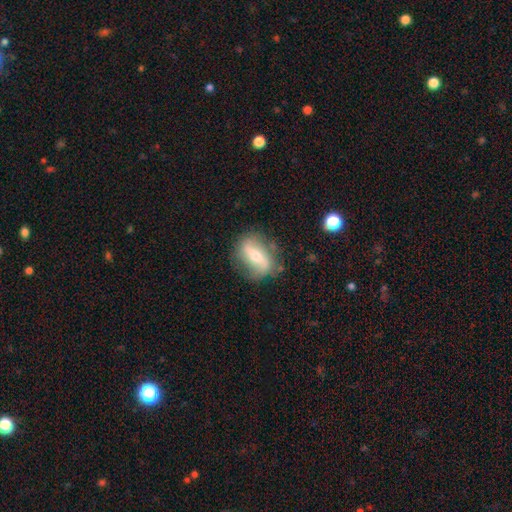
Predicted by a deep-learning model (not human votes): Overall: featured or disk (66%; smooth 26%). Edge-on disk: no (88%). Bar: strong (50%; weak 28%). Spiral arms: yes (71%). Bulge size: moderate (53%; small 42%). Merging: none (74%).